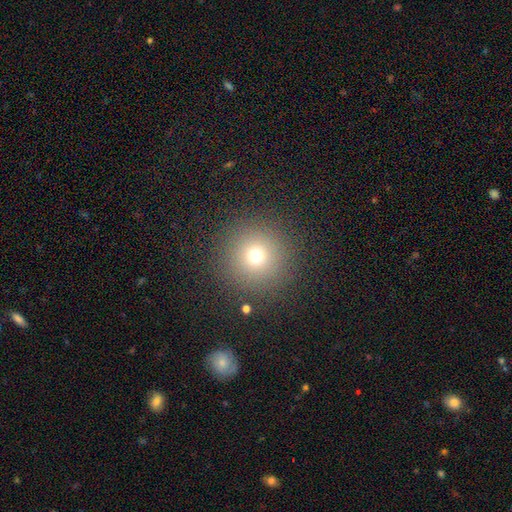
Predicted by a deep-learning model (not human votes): Overall: smooth (70%). How rounded: round (96%). Merging: none (91%).